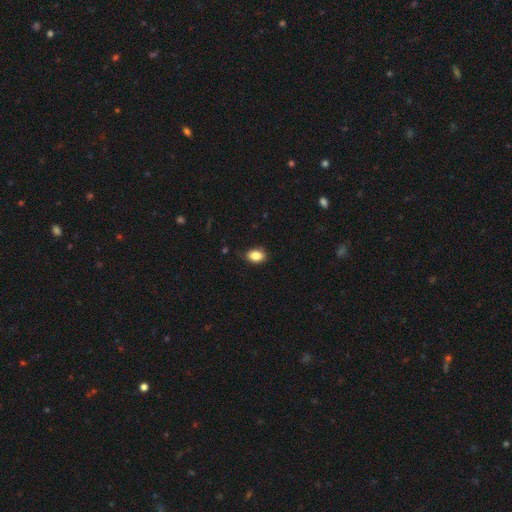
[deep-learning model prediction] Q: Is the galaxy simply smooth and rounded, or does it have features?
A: smooth — 85%.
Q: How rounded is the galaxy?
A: in between — 84%.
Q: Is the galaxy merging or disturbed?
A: none — 76%.